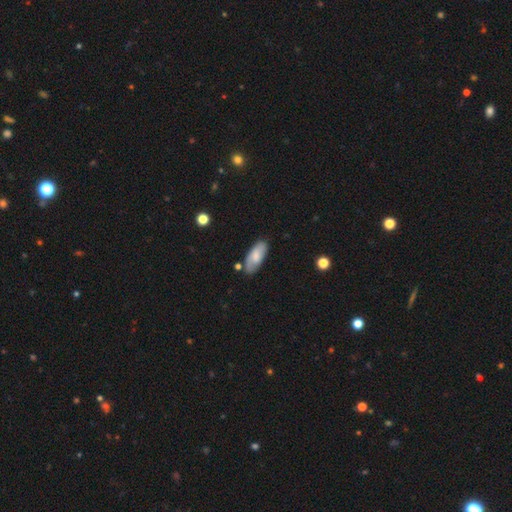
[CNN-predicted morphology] Smooth or featured?
  - smooth: 69% *
  - featured or disk: 25%
  - star or artifact: 6%
How rounded?
  - in between: 85% *
  - cigar-shaped: 13%
  - round: 2%
Merging?
  - none: 73% *
  - minor disturbance: 19%
  - merger: 4%
  - major disturbance: 4%